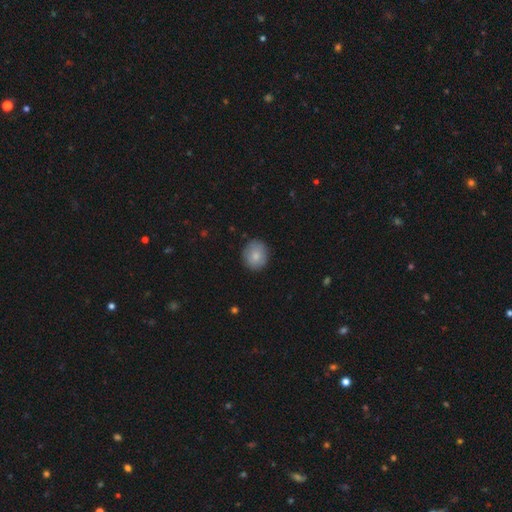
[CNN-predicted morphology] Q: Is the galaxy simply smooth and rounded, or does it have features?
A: smooth — 81%.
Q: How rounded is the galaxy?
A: round — 82%.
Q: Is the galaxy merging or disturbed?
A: none — 86%.